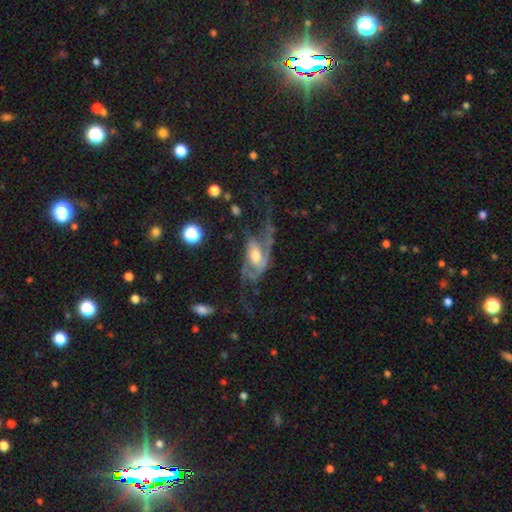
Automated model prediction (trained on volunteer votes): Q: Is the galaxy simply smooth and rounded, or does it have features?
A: featured or disk — 84%.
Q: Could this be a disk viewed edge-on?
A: no — 93%.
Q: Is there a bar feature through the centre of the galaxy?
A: no — 48%.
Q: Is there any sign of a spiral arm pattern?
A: yes — 92%.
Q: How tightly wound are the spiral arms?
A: loose — 47%.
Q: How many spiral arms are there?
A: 2 — 61%.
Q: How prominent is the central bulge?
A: moderate — 63%.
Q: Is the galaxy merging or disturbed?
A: none — 39%, tied with major disturbance.